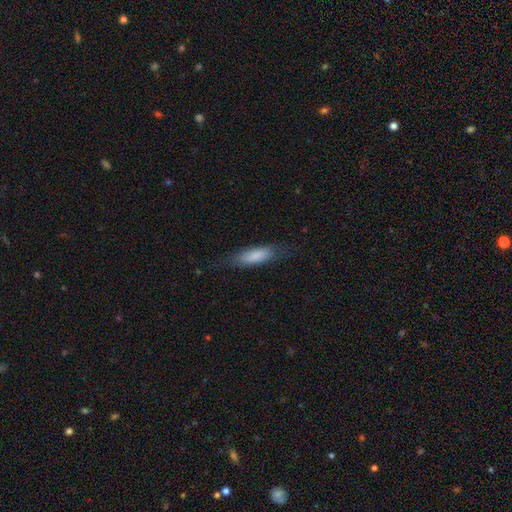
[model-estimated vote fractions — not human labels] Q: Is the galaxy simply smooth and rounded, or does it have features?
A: smooth — 79%.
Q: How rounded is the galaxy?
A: cigar-shaped — 51%.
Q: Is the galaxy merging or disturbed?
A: none — 72%.